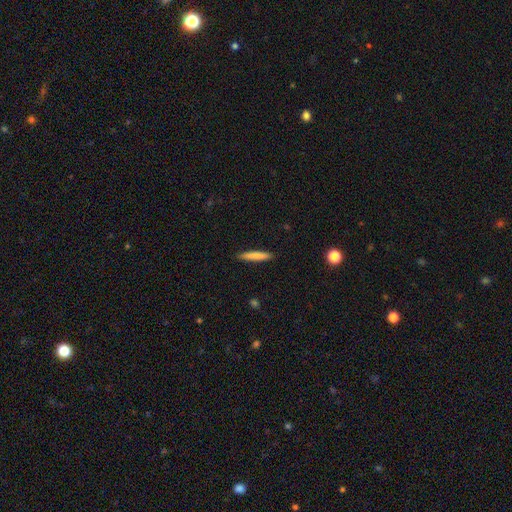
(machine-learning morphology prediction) type=smooth (78%); roundness=cigar-shaped (93%); merging=none (90%).